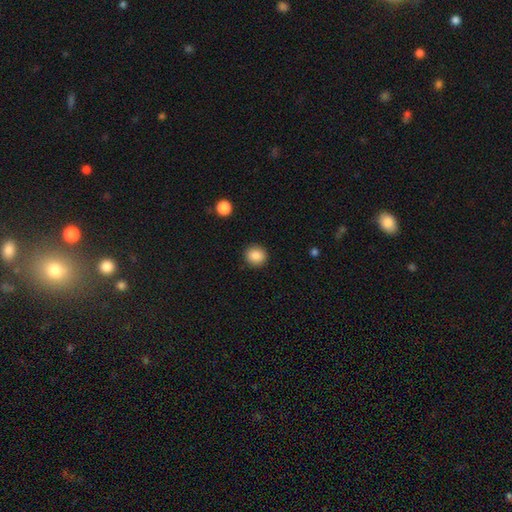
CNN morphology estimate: A smooth galaxy with no disk features (88%) that is round (83%).

Vote fractions:
- Smooth or featured? smooth: 88% / star or artifact: 9% / featured or disk: 3%
- How rounded? round: 83% / in between: 16% / cigar-shaped: 1%
- Merging? none: 90% / minor disturbance: 7% / major disturbance: 2% / merger: 1%